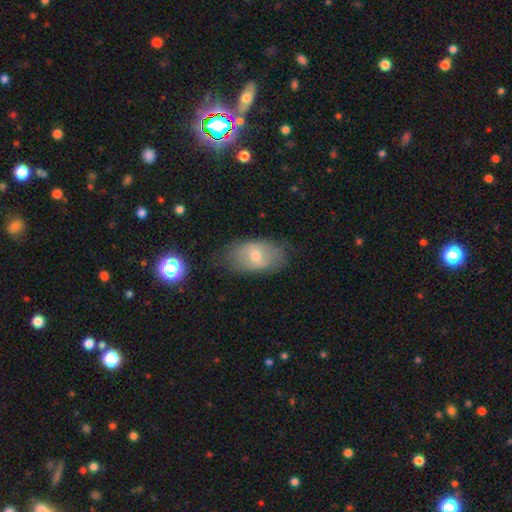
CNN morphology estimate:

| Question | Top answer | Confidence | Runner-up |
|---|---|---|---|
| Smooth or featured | smooth | 52% | featured or disk (39%) |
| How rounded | in between | 88% | round (10%) |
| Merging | none | 72% | minor disturbance (20%) |